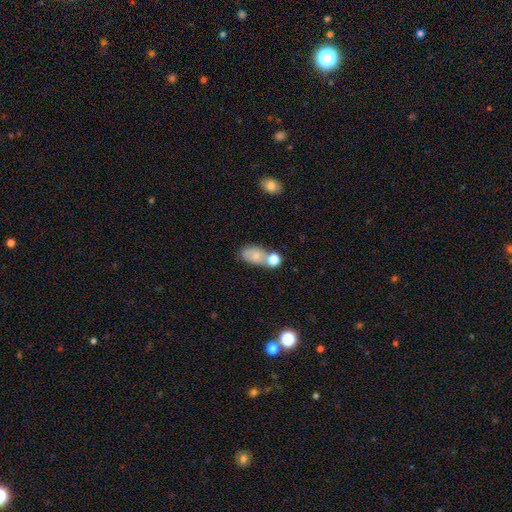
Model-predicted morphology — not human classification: Smooth or featured?
  - smooth: 67% *
  - featured or disk: 23%
  - star or artifact: 10%
How rounded?
  - in between: 84% *
  - round: 14%
  - cigar-shaped: 3%
Merging?
  - none: 39% *
  - merger: 33%
  - minor disturbance: 19%
  - major disturbance: 9%